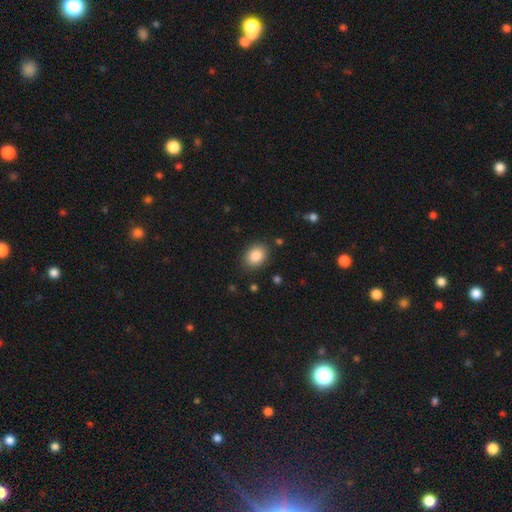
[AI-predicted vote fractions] Smooth or featured? Predicted: smooth (p=0.87). How rounded? Predicted: in between (p=0.58). Merging? Predicted: none (p=0.86).